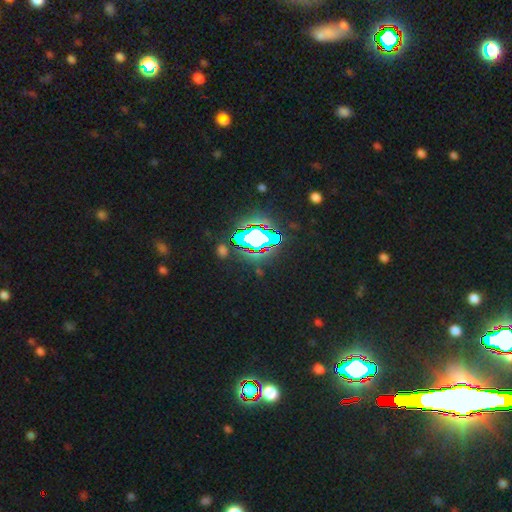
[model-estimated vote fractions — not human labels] Smooth or featured: star or artifact — 83% (smooth — 9%)